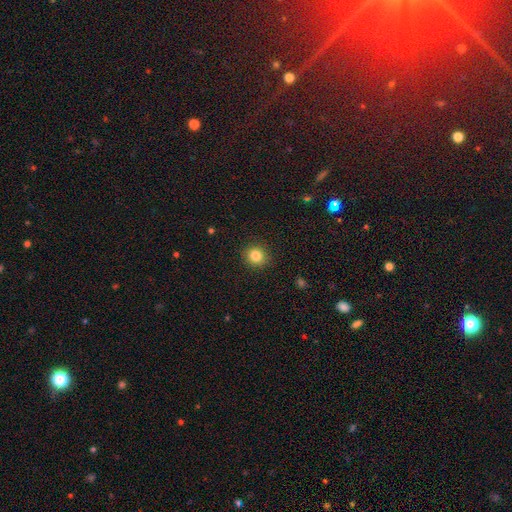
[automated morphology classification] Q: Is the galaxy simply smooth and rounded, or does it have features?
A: smooth — 84%.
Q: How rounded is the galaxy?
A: round — 86%.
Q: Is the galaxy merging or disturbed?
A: none — 90%.